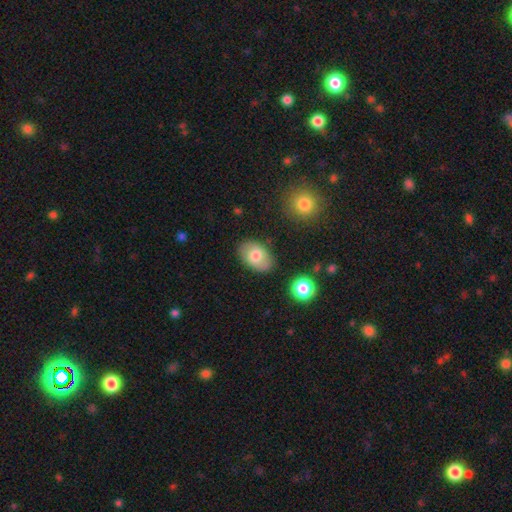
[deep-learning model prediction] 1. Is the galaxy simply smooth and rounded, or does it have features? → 75% smooth, 18% featured or disk, 7% star or artifact.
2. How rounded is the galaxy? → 88% in between, 11% round, 1% cigar-shaped.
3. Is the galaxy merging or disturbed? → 82% none, 12% minor disturbance, 3% major disturbance, 3% merger.